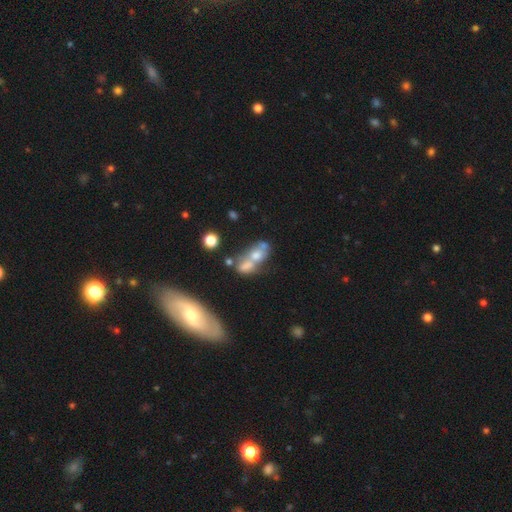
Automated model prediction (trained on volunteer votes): Morphology: type=smooth (50%); merging=merger (61%).